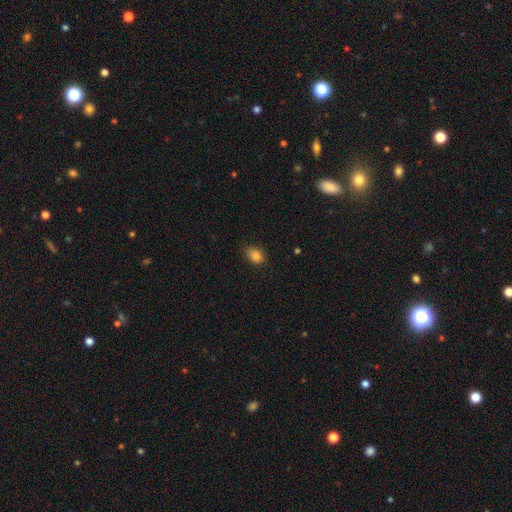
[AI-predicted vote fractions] Q: Smooth or featured?
A: smooth (85%); runner-up: star or artifact (10%)
Q: How rounded?
A: in between (77%); runner-up: round (21%)
Q: Merging?
A: none (75%); runner-up: minor disturbance (20%)